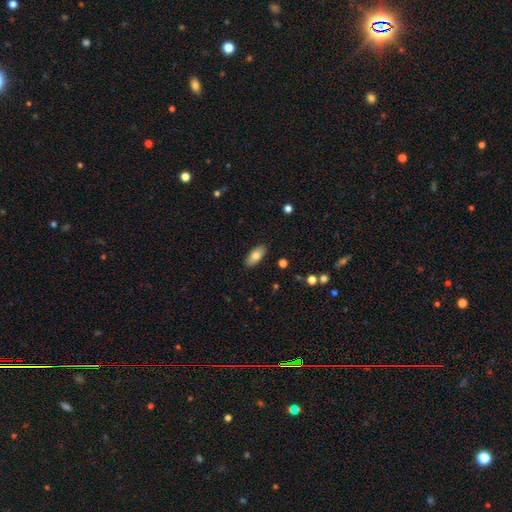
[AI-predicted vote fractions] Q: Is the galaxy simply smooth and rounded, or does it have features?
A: smooth — 75%.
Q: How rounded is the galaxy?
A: in between — 87%.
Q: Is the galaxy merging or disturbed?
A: none — 89%.